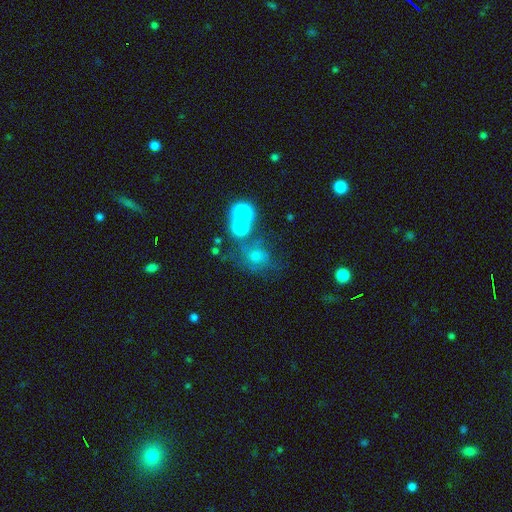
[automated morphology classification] Smooth or featured?
  - smooth: 49% *
  - star or artifact: 29%
  - featured or disk: 22%
Merging?
  - none: 48% *
  - merger: 18%
  - minor disturbance: 18%
  - major disturbance: 16%